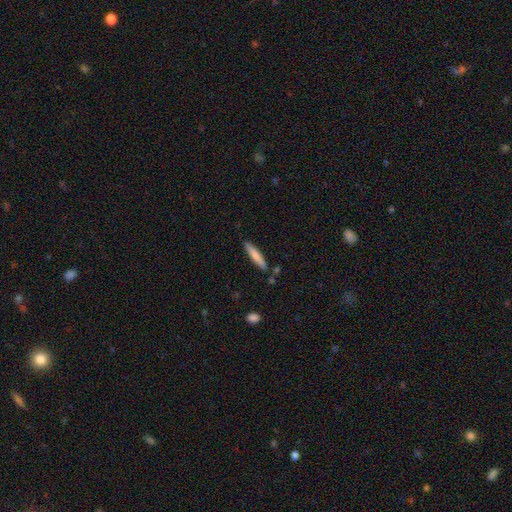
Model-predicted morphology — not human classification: smooth-or-featured: smooth: 77% | featured or disk: 18% | star or artifact: 6%
  how-rounded: cigar-shaped: 90% | in between: 9% | round: 1%
  merging: none: 84% | minor disturbance: 11% | merger: 3% | major disturbance: 2%